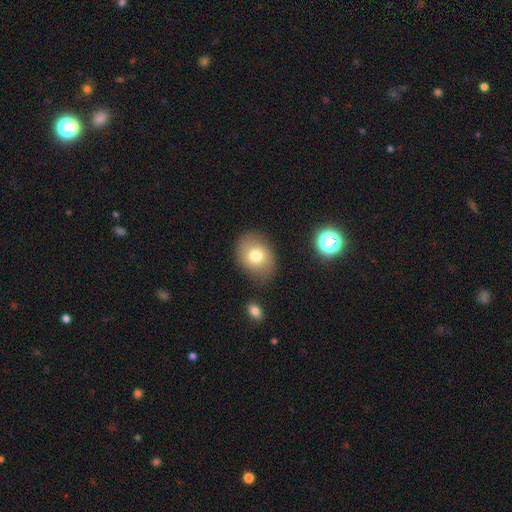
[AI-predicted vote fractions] smooth-or-featured: smooth: 75% | featured or disk: 14% | star or artifact: 10%
  how-rounded: in between: 57% | round: 42% | cigar-shaped: 1%
  merging: none: 78% | minor disturbance: 15% | major disturbance: 4% | merger: 3%